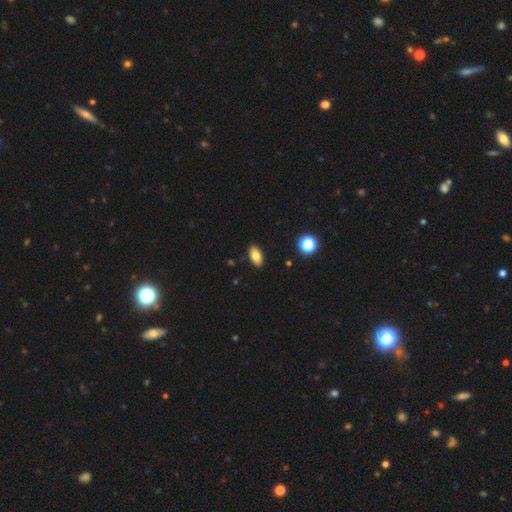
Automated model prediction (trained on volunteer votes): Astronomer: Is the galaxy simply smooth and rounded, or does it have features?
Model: smooth — 80%.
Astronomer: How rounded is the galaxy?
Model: in between — 91%.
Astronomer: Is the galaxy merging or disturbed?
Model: none — 89%.